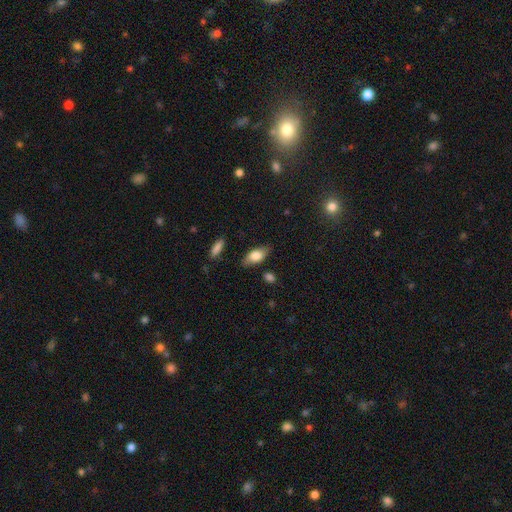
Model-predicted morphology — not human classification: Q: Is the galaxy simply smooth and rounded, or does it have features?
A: smooth — 75%.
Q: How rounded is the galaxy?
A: in between — 85%.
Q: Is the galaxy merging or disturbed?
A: none — 80%.